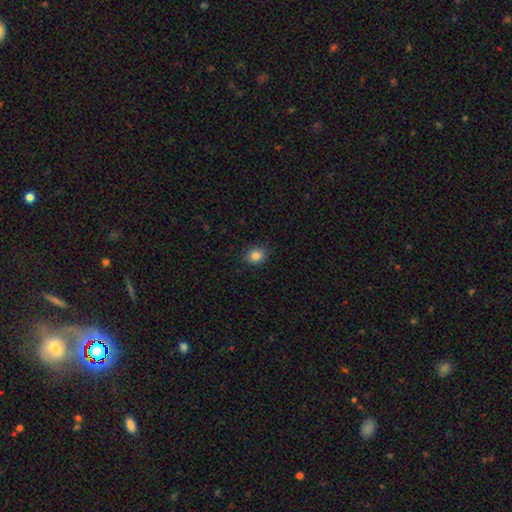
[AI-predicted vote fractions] smooth-or-featured: smooth: 84% | star or artifact: 10% | featured or disk: 5%
  how-rounded: round: 51% | in between: 48% | cigar-shaped: 1%
  merging: none: 87% | minor disturbance: 10% | major disturbance: 2% | merger: 1%